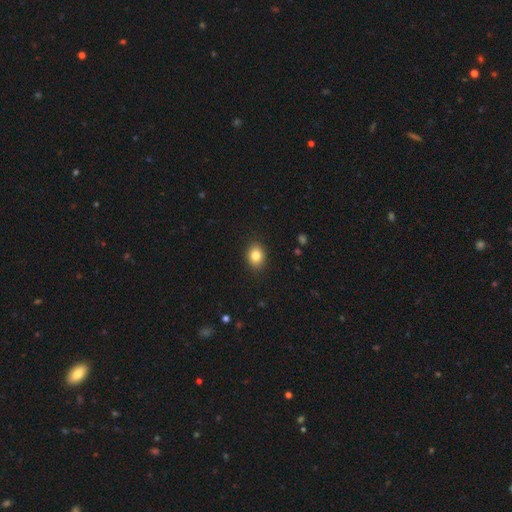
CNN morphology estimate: This is clearly a smooth galaxy (83%). How rounded: possibly in between (54%). Merging: clearly none (90%).